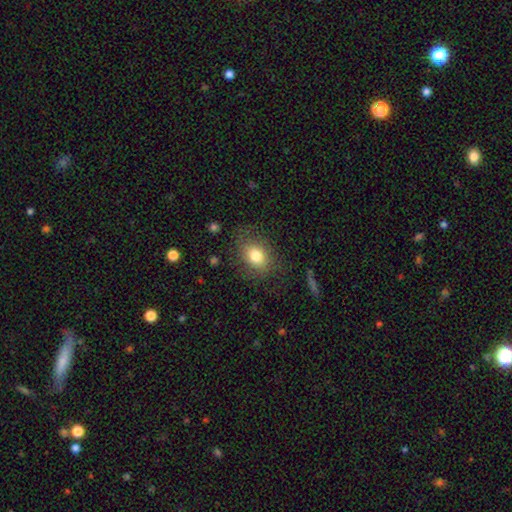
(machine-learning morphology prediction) Smooth or featured? smooth (79%)
How rounded? in between (60%)
Merging? none (76%)